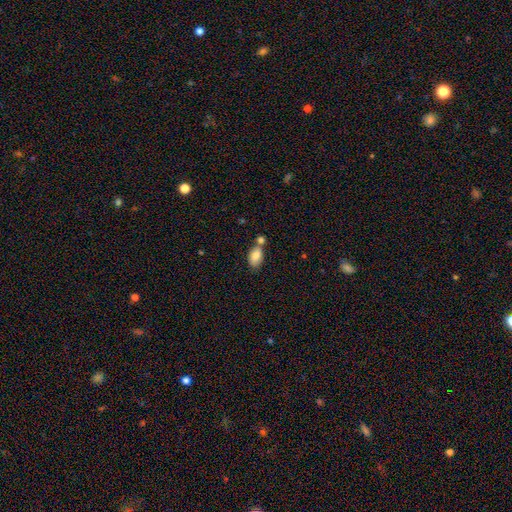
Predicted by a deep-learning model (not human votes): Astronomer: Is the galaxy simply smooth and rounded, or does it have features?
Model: smooth — 82%.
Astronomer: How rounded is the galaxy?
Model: in between — 92%.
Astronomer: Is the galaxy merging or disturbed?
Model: none — 48% (runner-up: merger, 33%).